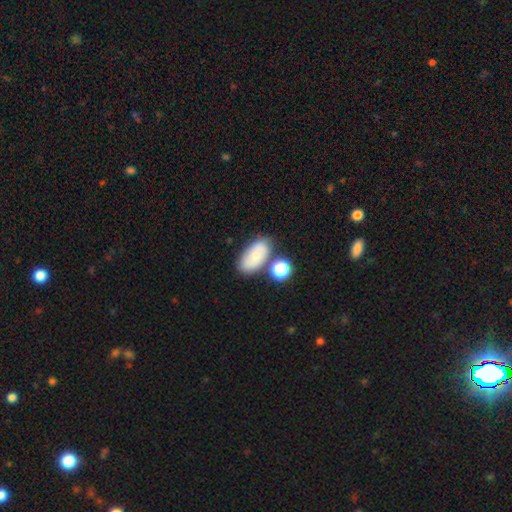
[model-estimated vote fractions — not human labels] smooth 68%, featured or disk 22%, star or artifact 10%. Down the decision tree: how rounded — in between (90%); merging — none (62%).